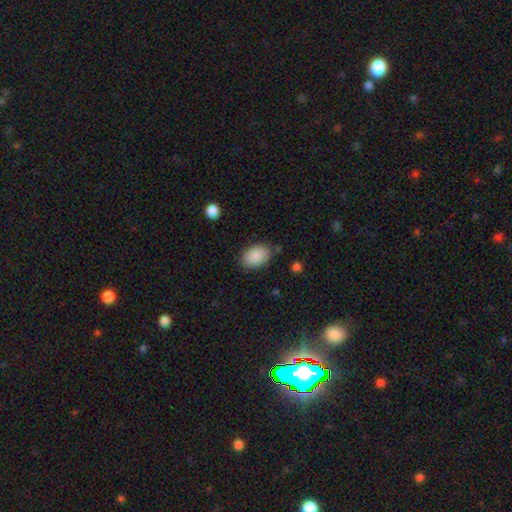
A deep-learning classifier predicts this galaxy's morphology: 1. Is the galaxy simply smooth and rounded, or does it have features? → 89% smooth, 7% star or artifact, 4% featured or disk.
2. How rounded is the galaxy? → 87% in between, 12% round, 1% cigar-shaped.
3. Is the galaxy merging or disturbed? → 81% none, 14% minor disturbance, 3% major disturbance, 2% merger.